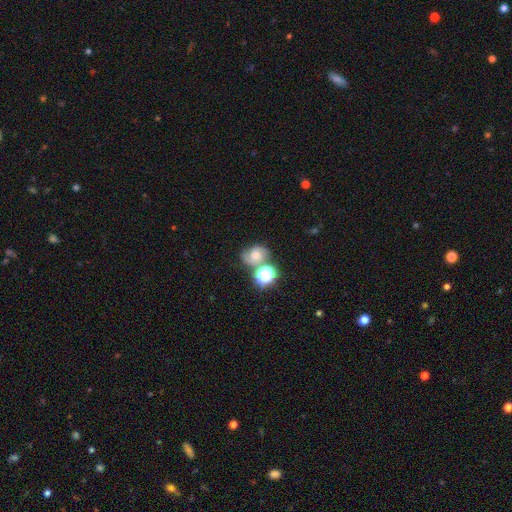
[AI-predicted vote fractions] smooth 42%, featured or disk 38%, star or artifact 20%. Down the decision tree: merging — none (52%).